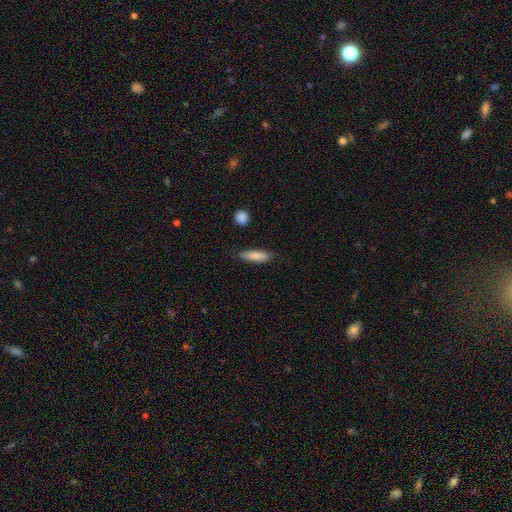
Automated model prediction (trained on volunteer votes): smooth 83%, featured or disk 11%, star or artifact 6%. Down the decision tree: how rounded — cigar-shaped (61%); merging — none (82%).